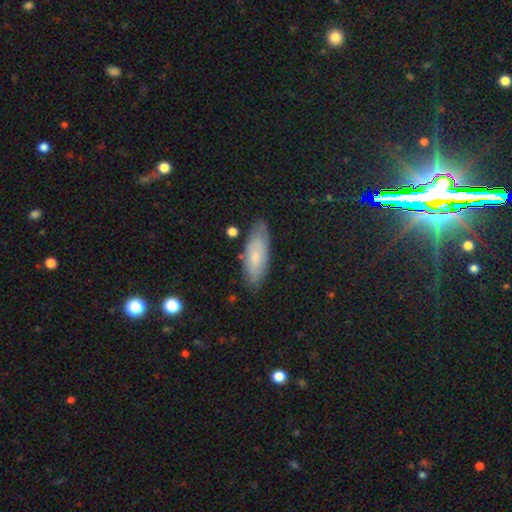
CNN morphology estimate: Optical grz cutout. It shows a smooth galaxy with no disk features (72%) that is in between round and cigar-shaped (64%). Merging: none (82%).